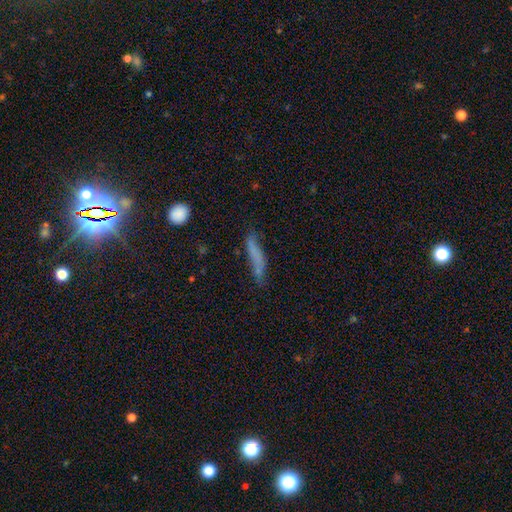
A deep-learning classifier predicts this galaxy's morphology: Overall: smooth (62%; featured or disk 28%). How rounded: cigar-shaped (85%). Merging: none (60%; minor disturbance 26%).